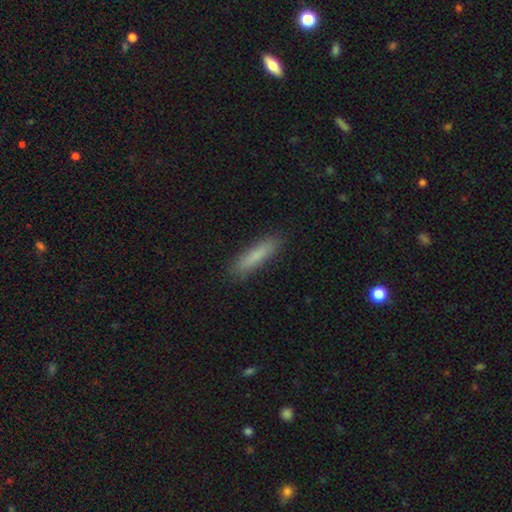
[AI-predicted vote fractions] This appears to be a smooth galaxy with no disk features (82%) that is cigar-shaped (83%). Merging: none (88%).